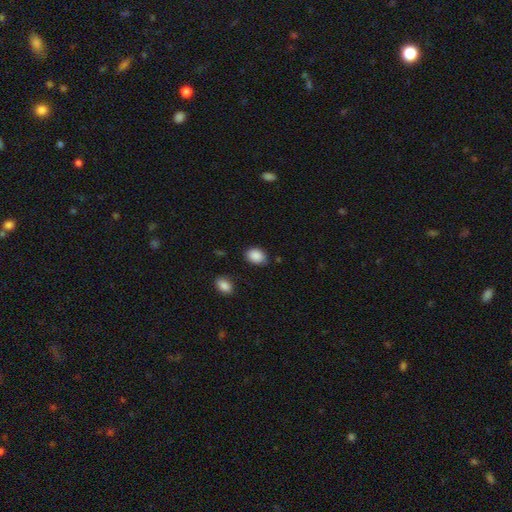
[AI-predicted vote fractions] Overall: smooth (89%). How rounded: in between (73%). Merging: none (78%).